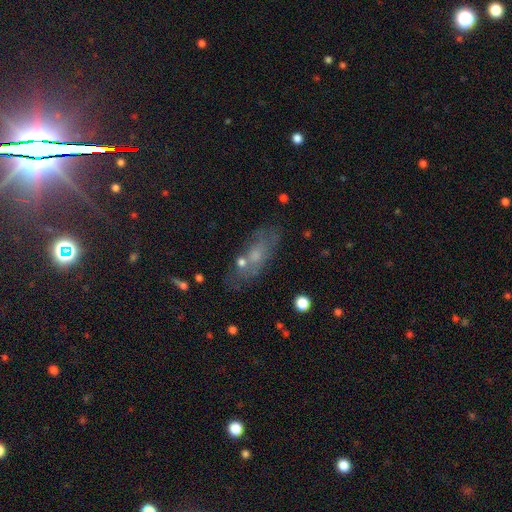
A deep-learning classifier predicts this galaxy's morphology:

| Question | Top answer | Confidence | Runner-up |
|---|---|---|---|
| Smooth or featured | smooth | 47% | featured or disk (36%) |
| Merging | none | 65% | minor disturbance (18%) |